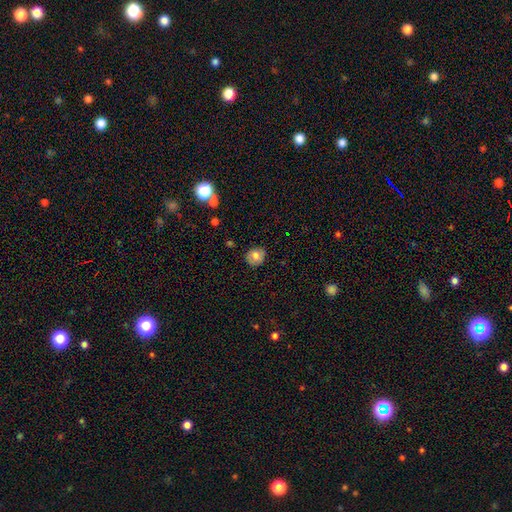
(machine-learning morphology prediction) smooth 70%, featured or disk 21%, star or artifact 9%. Down the decision tree: how rounded — round (78%); merging — none (83%).